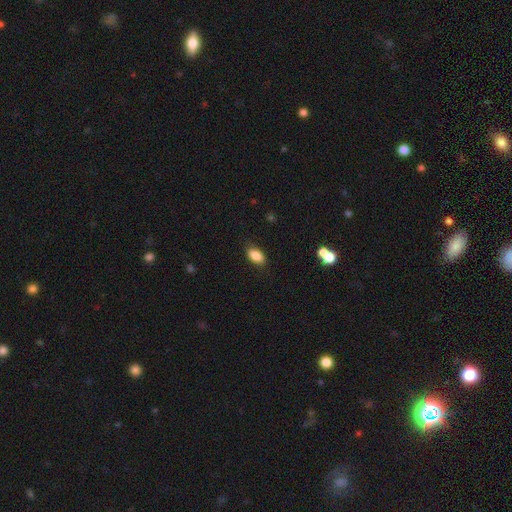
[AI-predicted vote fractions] smooth_or_featured: smooth (p=0.87) [alt: star or artifact p=0.08]
how_rounded: in between (p=0.91) [alt: round p=0.06]
merging: none (p=0.85) [alt: minor disturbance p=0.11]